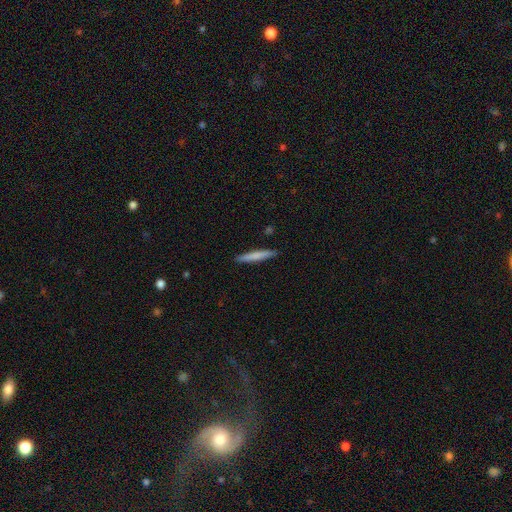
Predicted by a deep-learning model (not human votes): A smooth galaxy with no disk features (74%) that is cigar-shaped (95%).

Vote fractions:
- Smooth or featured? smooth: 74% / featured or disk: 21% / star or artifact: 5%
- How rounded? cigar-shaped: 95% / in between: 3% / round: 1%
- Merging? none: 91% / minor disturbance: 6% / major disturbance: 1% / merger: 1%